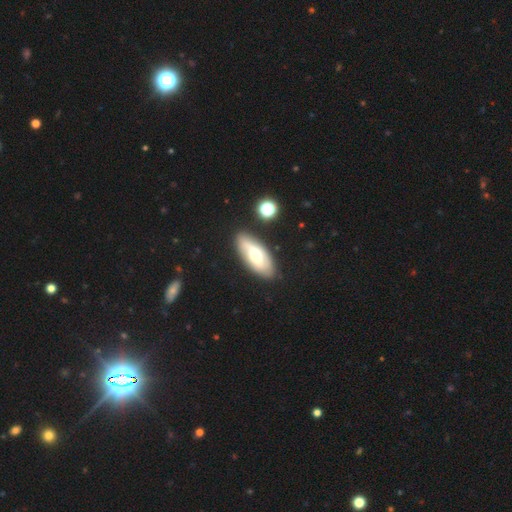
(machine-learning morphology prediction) Smooth or featured: featured or disk — 48% (smooth — 46%)
Merging: none — 81% (minor disturbance — 12%)